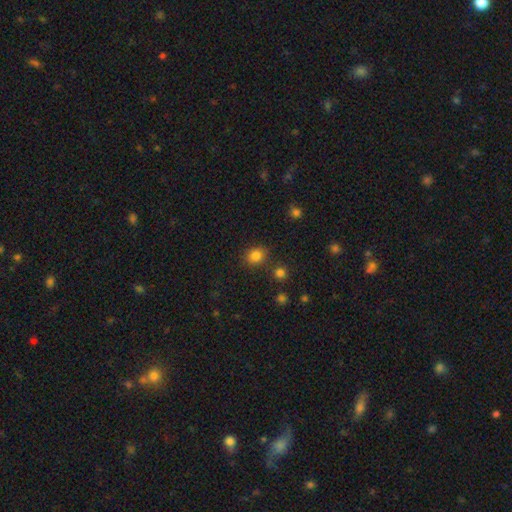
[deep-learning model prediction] Morphology: type=smooth (82%); roundness=round (68%); merging=none (80%).